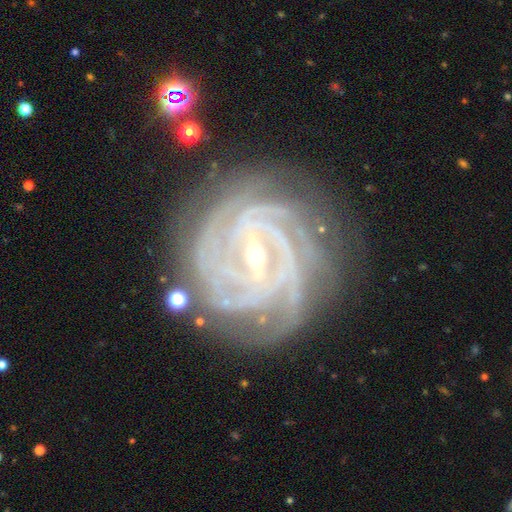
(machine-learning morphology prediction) Smooth or featured?
  - featured or disk: 92% *
  - star or artifact: 5%
  - smooth: 3%
Edge-on disk?
  - no: 98% *
  - yes: 2%
Bar?
  - strong: 48% *
  - weak: 39%
  - no: 13%
Spiral arms?
  - yes: 99% *
  - no: 1%
Spiral winding?
  - tight: 83% *
  - medium: 15%
  - loose: 2%
Spiral arm count?
  - 4: 38% *
  - 3: 20%
  - more than 4: 14%
  - can't tell: 13%
  - 2: 9%
  - 1: 6%
Bulge size?
  - small: 63% *
  - moderate: 34%
  - large: 1%
  - none: 1%
  - dominant: 1%
Merging?
  - none: 80% *
  - minor disturbance: 14%
  - major disturbance: 4%
  - merger: 2%